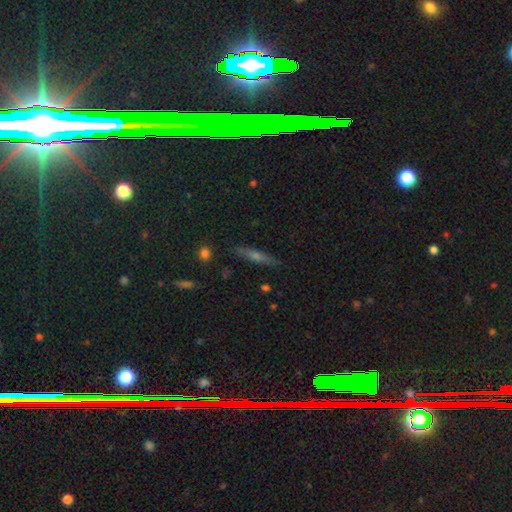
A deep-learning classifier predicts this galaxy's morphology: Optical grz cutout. It shows a featured or disk galaxy (56%) viewed edge-on (94%) with a rounded central bulge (81%). Merging: none (88%).